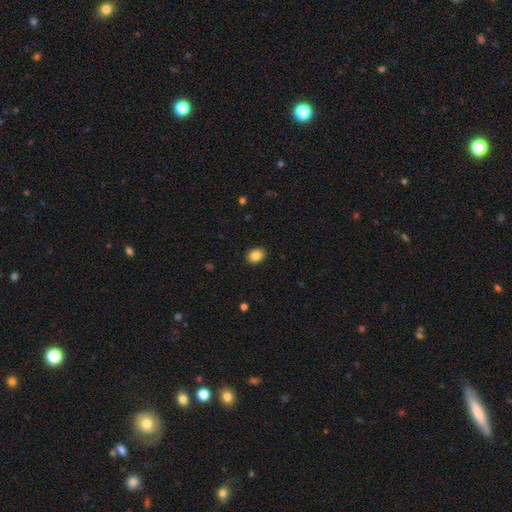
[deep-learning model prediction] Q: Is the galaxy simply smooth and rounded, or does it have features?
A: smooth — 85%.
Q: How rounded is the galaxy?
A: in between — 59%.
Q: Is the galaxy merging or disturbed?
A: none — 90%.